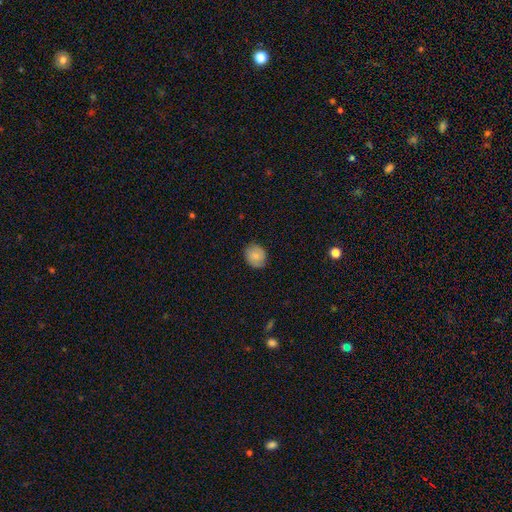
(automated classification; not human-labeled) A smooth galaxy with no disk features (81%) that is round (75%).

Vote fractions:
- Smooth or featured? smooth: 81% / featured or disk: 12% / star or artifact: 7%
- How rounded? round: 75% / in between: 24% / cigar-shaped: 1%
- Merging? none: 85% / minor disturbance: 11% / major disturbance: 2% / merger: 1%